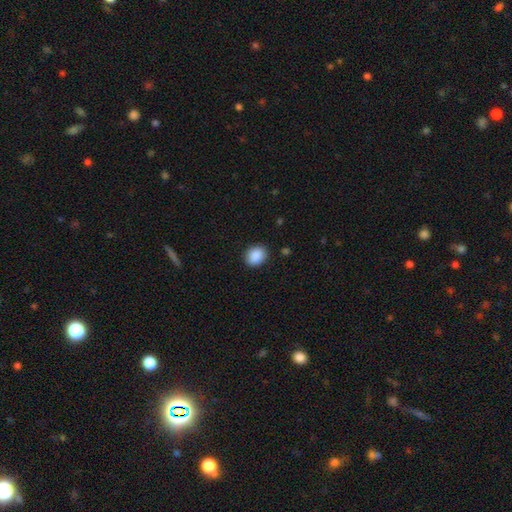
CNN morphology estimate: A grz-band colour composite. It shows a smooth galaxy with no disk features (89%) that is round (51%). Merging: none (88%).